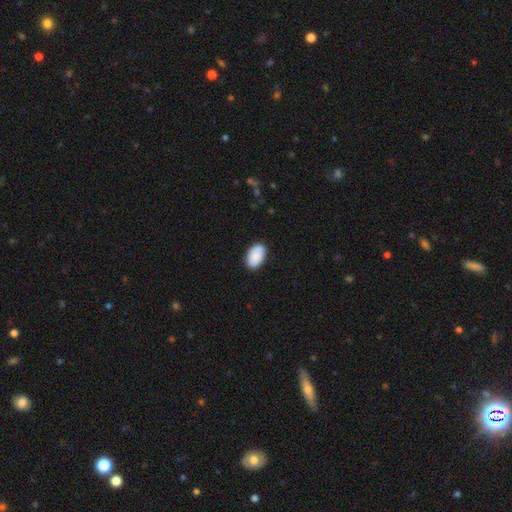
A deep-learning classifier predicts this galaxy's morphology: smooth-or-featured: smooth: 89% | star or artifact: 6% | featured or disk: 5%
  how-rounded: in between: 94% | round: 5% | cigar-shaped: 1%
  merging: none: 88% | minor disturbance: 9% | major disturbance: 2% | merger: 1%